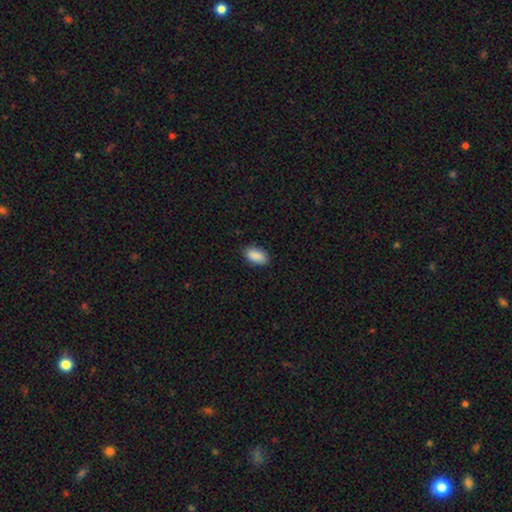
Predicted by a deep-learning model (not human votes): Smooth or featured? Predicted: smooth (p=0.90). How rounded? Predicted: in between (p=0.93). Merging? Predicted: none (p=0.86).